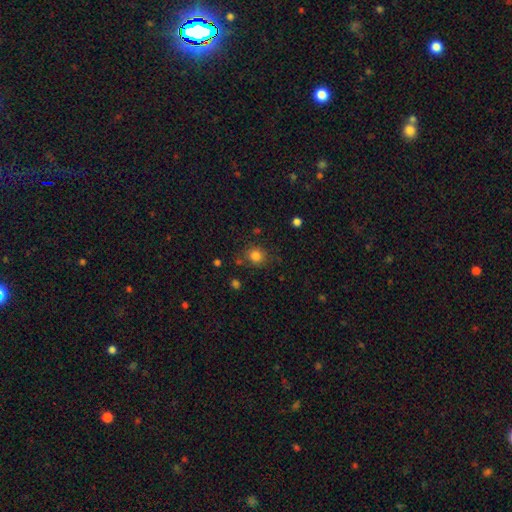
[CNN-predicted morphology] This is clearly a smooth galaxy (82%). How rounded: clearly round (82%). Merging: likely none (78%).